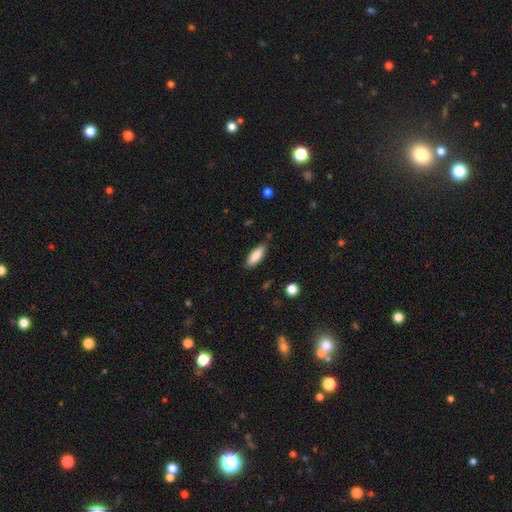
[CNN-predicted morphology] Smooth or featured? smooth (84%)
How rounded? in between (62%)
Merging? none (85%)